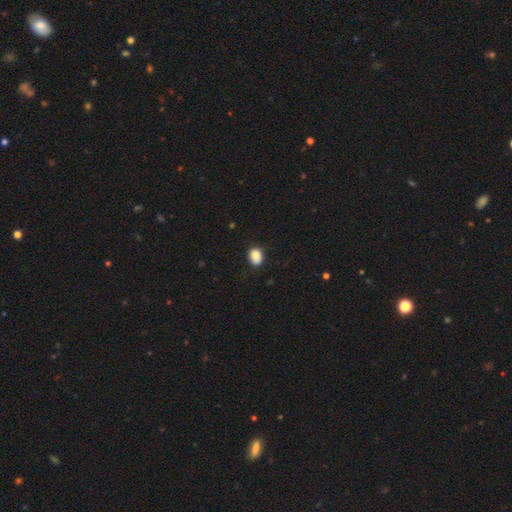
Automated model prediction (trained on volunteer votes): smooth 84%, star or artifact 9%, featured or disk 7%. Down the decision tree: how rounded — in between (61%); merging — none (71%).